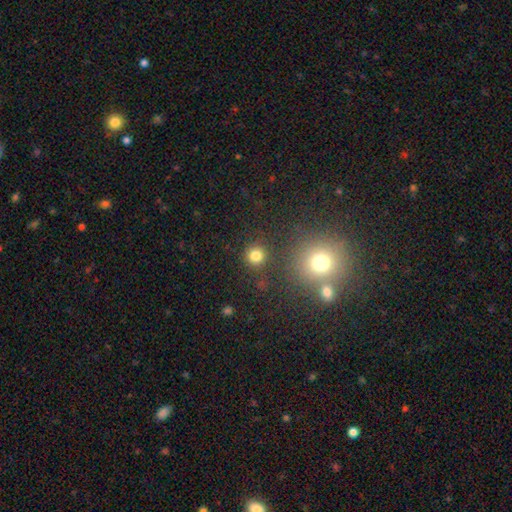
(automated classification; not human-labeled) smooth_or_featured: smooth (p=0.80) [alt: star or artifact p=0.15]
how_rounded: round (p=0.93) [alt: in between p=0.06]
merging: none (p=0.87) [alt: minor disturbance p=0.06]